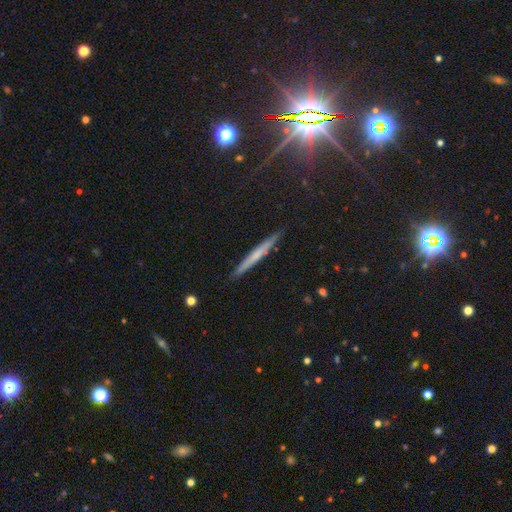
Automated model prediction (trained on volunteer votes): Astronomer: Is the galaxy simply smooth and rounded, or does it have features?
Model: smooth — 48% (runner-up: featured or disk, 44%).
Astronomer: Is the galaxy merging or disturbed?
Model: none — 90%.